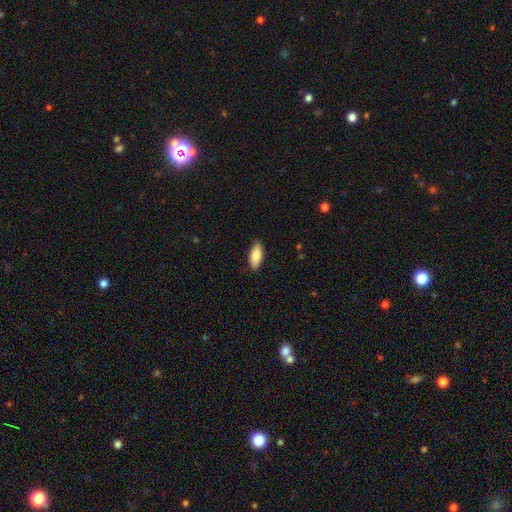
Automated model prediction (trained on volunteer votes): The model was most divided on "how rounded": in between: 81%, cigar-shaped: 17%, round: 2%. More confident: merging — none (89%); smooth or featured — smooth (80%).